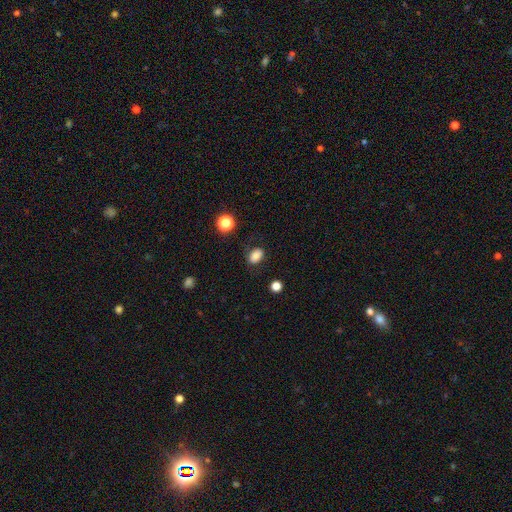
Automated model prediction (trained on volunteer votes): Smooth or featured: smooth — 81% (star or artifact — 10%)
How rounded: in between — 80% (round — 18%)
Merging: none — 80% (minor disturbance — 14%)